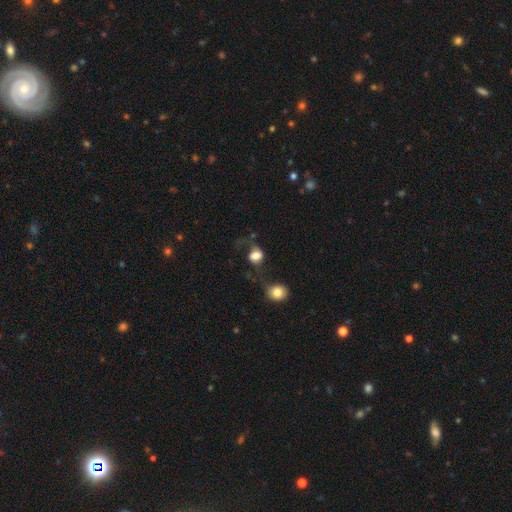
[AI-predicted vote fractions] This is likely a smooth galaxy (66%). How rounded: possibly round (54%). Merging: marginally none (35%).